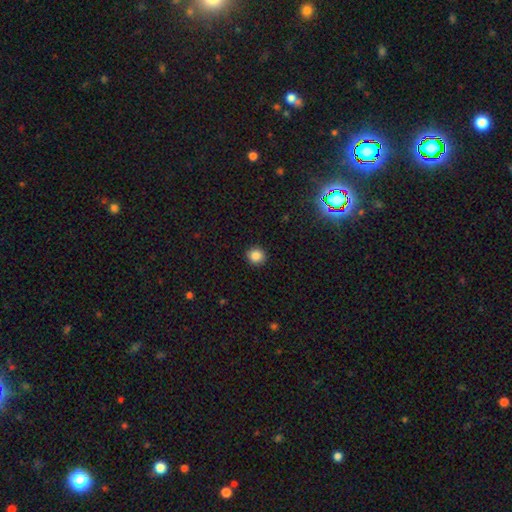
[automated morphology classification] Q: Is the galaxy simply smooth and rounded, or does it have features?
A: smooth — 85%.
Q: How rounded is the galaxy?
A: round — 90%.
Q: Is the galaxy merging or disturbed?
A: none — 92%.